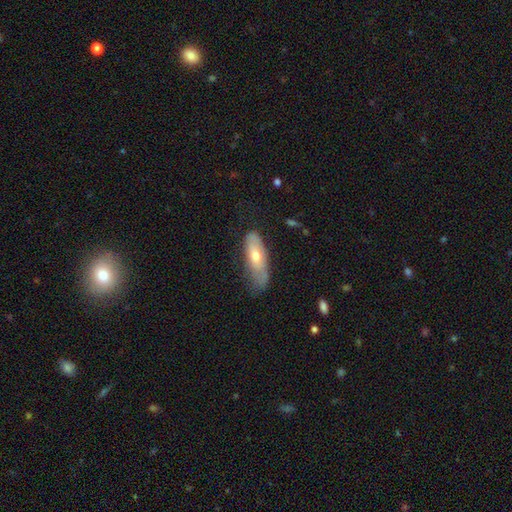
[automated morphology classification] smooth_or_featured: smooth (p=0.59) [alt: featured or disk p=0.34]
how_rounded: in between (p=0.60) [alt: cigar-shaped p=0.38]
merging: none (p=0.41) [alt: minor disturbance p=0.37]